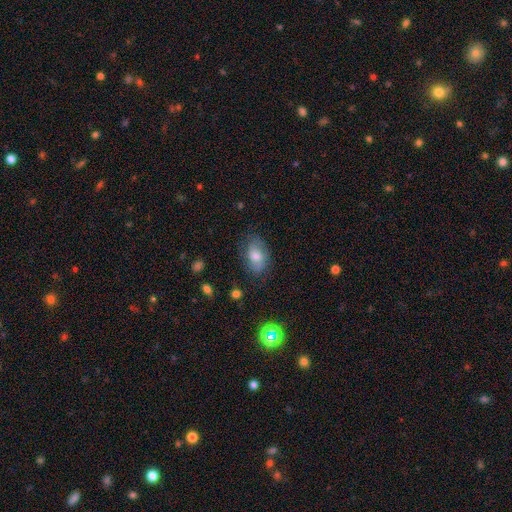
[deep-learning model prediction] Smooth or featured?
  - smooth: 64% *
  - featured or disk: 27%
  - star or artifact: 9%
How rounded?
  - in between: 87% *
  - round: 12%
  - cigar-shaped: 2%
Merging?
  - none: 69% *
  - minor disturbance: 22%
  - major disturbance: 7%
  - merger: 2%